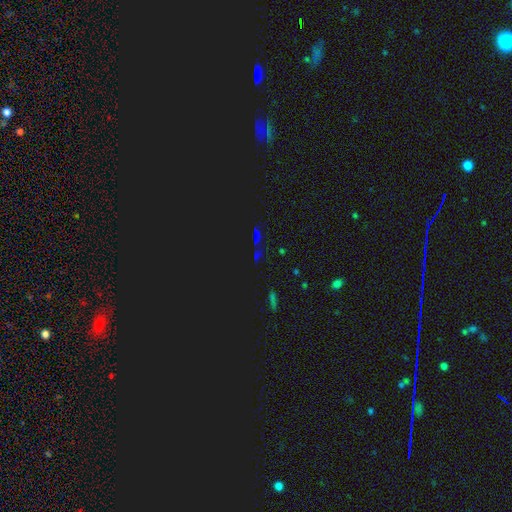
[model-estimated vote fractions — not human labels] Smooth or featured: star or artifact — 73% (smooth — 17%)